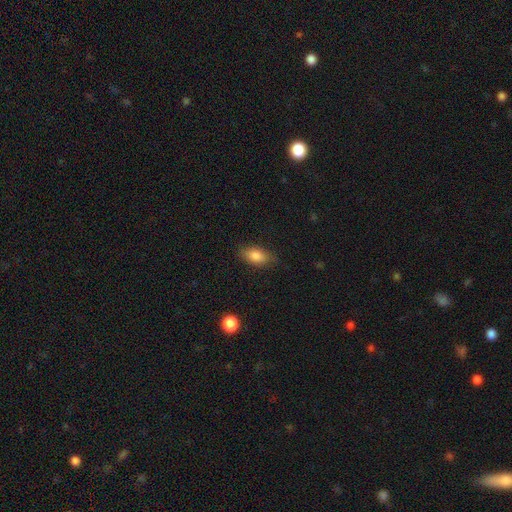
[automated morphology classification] Smooth or featured? Predicted: smooth (p=0.82). How rounded? Predicted: in between (p=0.87). Merging? Predicted: none (p=0.79).